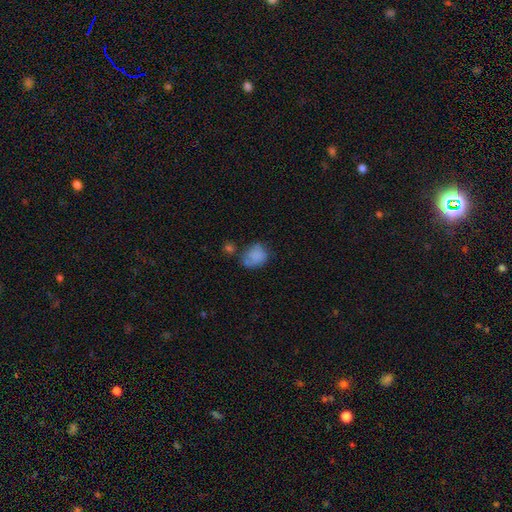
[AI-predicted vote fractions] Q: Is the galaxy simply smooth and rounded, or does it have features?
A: smooth — 75%.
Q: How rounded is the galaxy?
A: round — 55%.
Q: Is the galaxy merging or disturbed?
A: none — 46%.